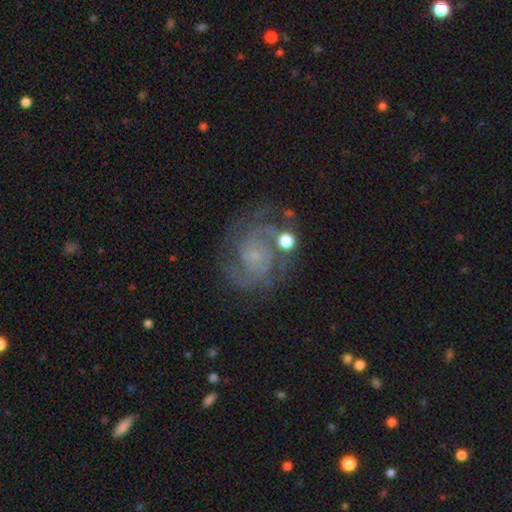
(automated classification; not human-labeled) Smooth or featured?
  - featured or disk: 82% *
  - smooth: 10%
  - star or artifact: 9%
Edge-on disk?
  - no: 98% *
  - yes: 2%
Bar?
  - no: 69% *
  - weak: 26%
  - strong: 5%
Spiral arms?
  - yes: 95% *
  - no: 5%
Spiral winding?
  - tight: 52% *
  - medium: 38%
  - loose: 10%
Spiral arm count?
  - 2: 44% *
  - can't tell: 22%
  - 3: 18%
  - 4: 6%
  - 1: 5%
  - more than 4: 5%
Bulge size?
  - small: 73% *
  - moderate: 12%
  - none: 12%
  - large: 2%
  - dominant: 1%
Merging?
  - none: 69% *
  - minor disturbance: 15%
  - major disturbance: 11%
  - merger: 4%